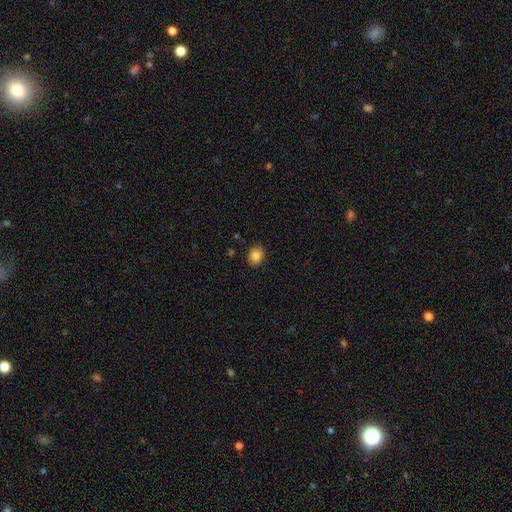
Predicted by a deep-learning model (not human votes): This is clearly a smooth galaxy (84%). How rounded: possibly round (51%). Merging: clearly none (88%).